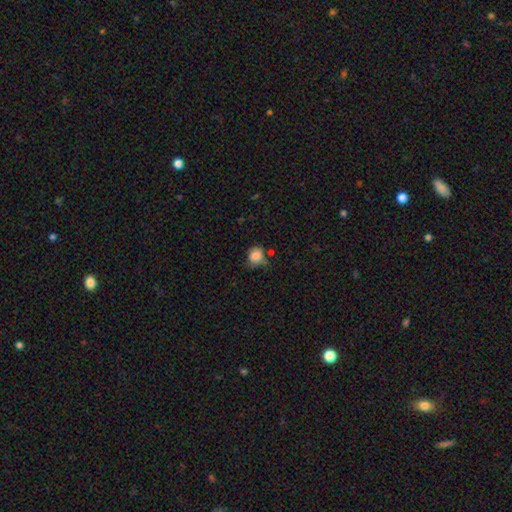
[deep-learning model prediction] Q: Smooth or featured?
A: smooth (83%); runner-up: star or artifact (10%)
Q: How rounded?
A: round (73%); runner-up: in between (26%)
Q: Merging?
A: none (60%); runner-up: minor disturbance (27%)